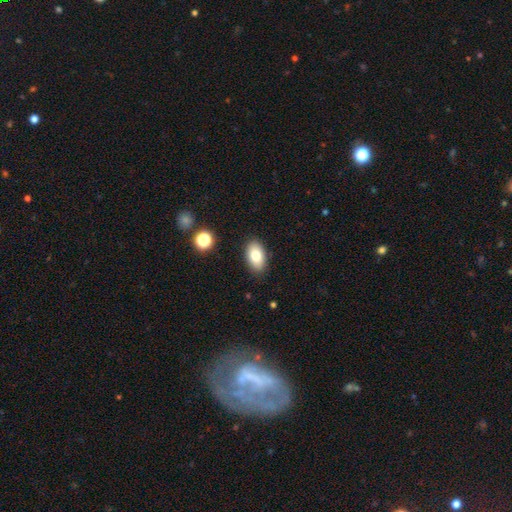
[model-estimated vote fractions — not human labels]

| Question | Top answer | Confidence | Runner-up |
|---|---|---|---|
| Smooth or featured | smooth | 79% | featured or disk (12%) |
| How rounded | in between | 92% | round (7%) |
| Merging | none | 87% | minor disturbance (9%) |